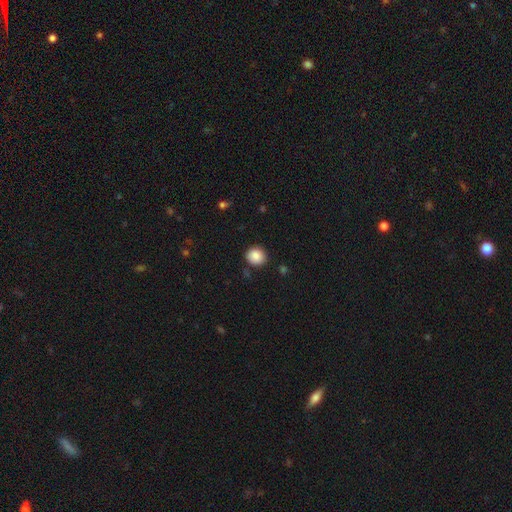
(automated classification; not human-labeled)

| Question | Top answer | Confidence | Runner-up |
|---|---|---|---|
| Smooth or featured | smooth | 88% | star or artifact (9%) |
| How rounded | round | 81% | in between (18%) |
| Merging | none | 87% | minor disturbance (9%) |